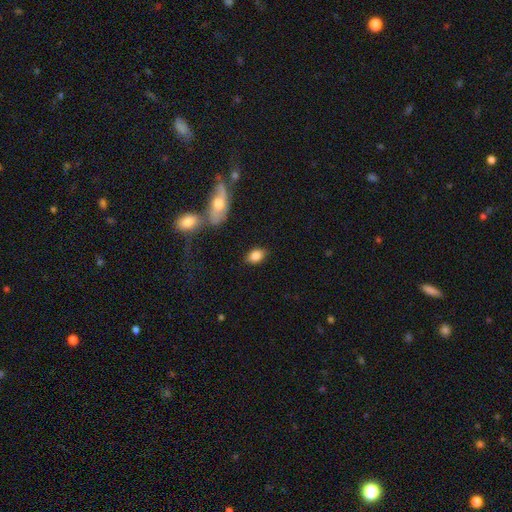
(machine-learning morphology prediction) This is clearly a smooth galaxy (83%). How rounded: clearly in between (85%). Merging: clearly none (81%).